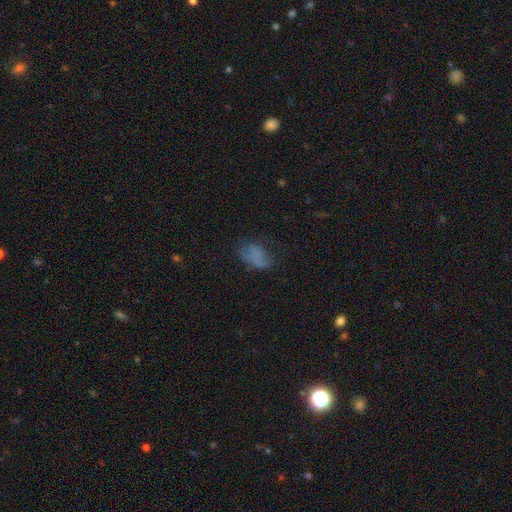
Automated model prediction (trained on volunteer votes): A smooth galaxy with no disk features (61%) that is in between round and cigar-shaped (88%). Merging: none (47%).